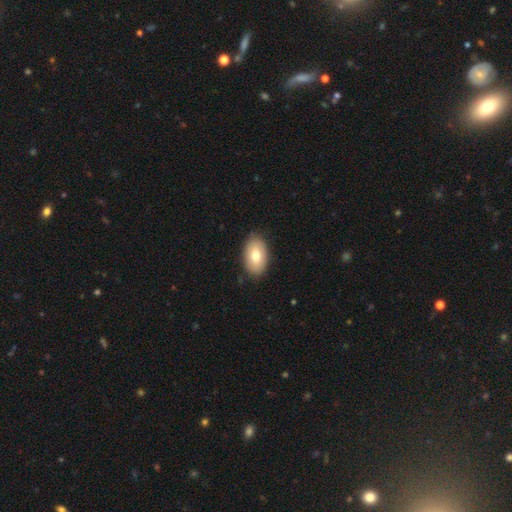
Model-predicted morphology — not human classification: A smooth galaxy with no disk features (75%) that is in between round and cigar-shaped (92%). Merging: none (86%).